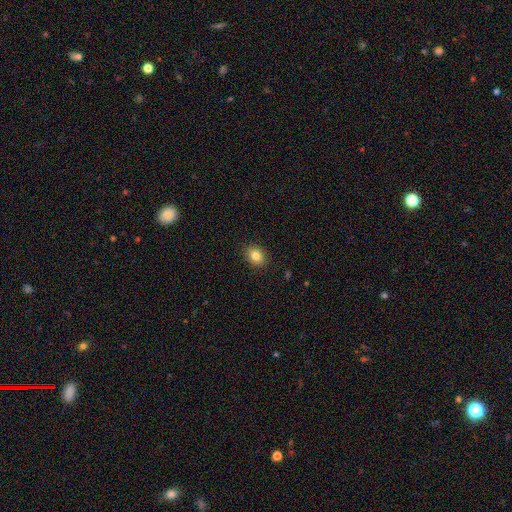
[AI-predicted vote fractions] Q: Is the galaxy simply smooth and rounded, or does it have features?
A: smooth — 83%.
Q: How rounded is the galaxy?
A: in between — 57%.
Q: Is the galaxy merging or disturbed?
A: none — 89%.